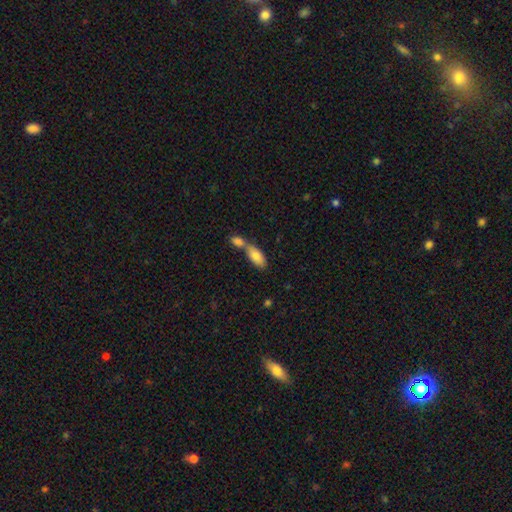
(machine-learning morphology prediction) A smooth galaxy with no disk features (81%) that is in between round and cigar-shaped (86%).

Vote fractions:
- Smooth or featured? smooth: 81% / featured or disk: 12% / star or artifact: 7%
- How rounded? in between: 86% / cigar-shaped: 11% / round: 3%
- Merging? merger: 68% / none: 22% / minor disturbance: 7% / major disturbance: 3%